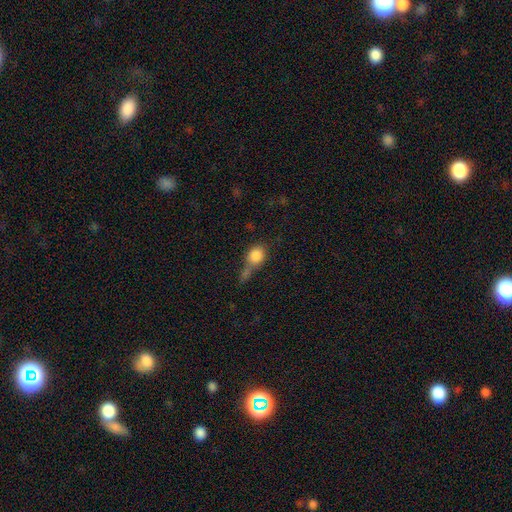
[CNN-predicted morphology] Smooth or featured? smooth (82%)
How rounded? round (62%)
Merging? merger (42%)